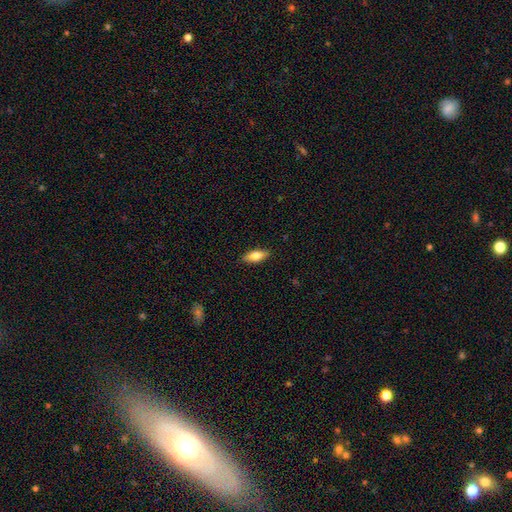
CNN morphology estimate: The model was most divided on "how rounded": in between: 75%, cigar-shaped: 23%, round: 3%. More confident: merging — none (88%); smooth or featured — smooth (75%).